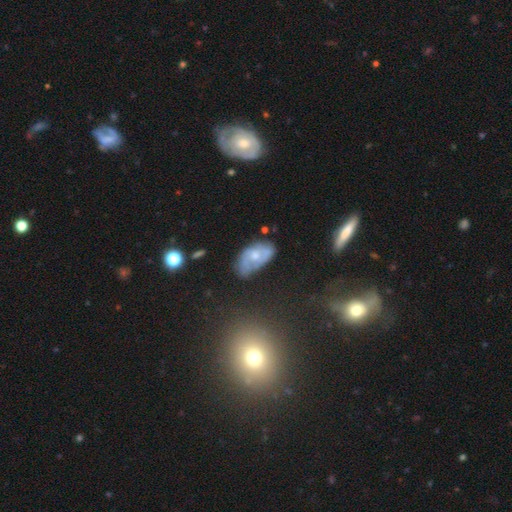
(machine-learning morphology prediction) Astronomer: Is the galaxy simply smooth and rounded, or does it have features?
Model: featured or disk — 55% (runner-up: smooth, 36%).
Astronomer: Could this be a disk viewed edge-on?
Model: no — 94%.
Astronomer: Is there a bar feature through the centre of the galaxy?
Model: no — 78%.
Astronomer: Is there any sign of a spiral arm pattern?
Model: yes — 61% (runner-up: no, 39%).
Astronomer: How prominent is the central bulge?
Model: moderate — 50% (runner-up: small, 40%).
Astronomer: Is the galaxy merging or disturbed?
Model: none — 51% (runner-up: minor disturbance, 32%).